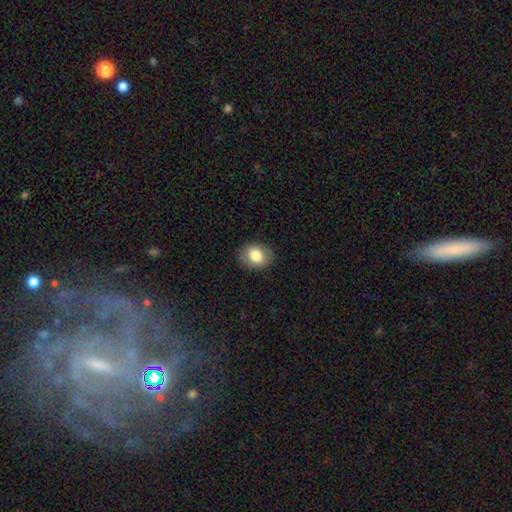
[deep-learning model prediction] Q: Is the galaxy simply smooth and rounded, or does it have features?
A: smooth — 80%.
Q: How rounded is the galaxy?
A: in between — 57%.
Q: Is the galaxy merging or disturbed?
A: none — 86%.